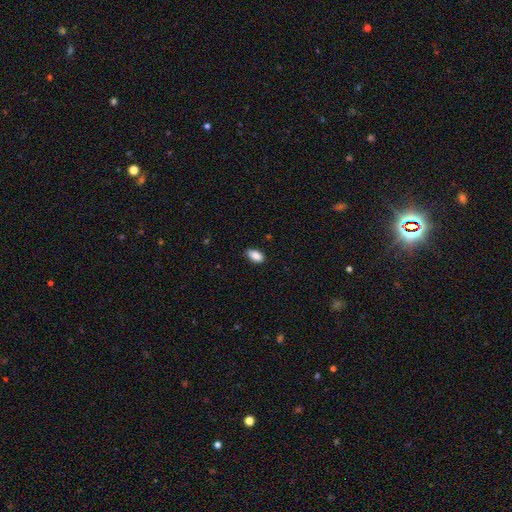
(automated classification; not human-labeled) smooth_or_featured: smooth (p=0.88) [alt: star or artifact p=0.07]
how_rounded: in between (p=0.92) [alt: round p=0.04]
merging: none (p=0.81) [alt: minor disturbance p=0.15]